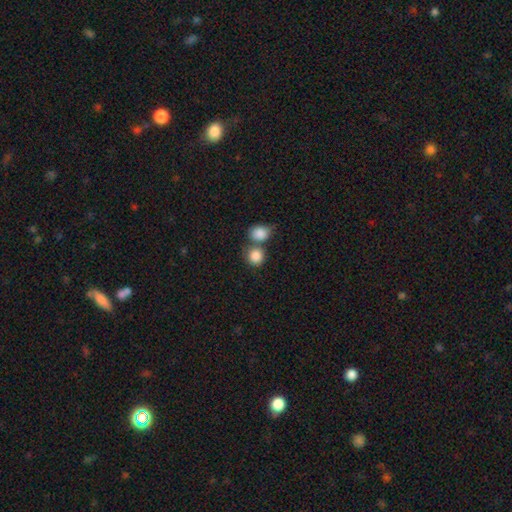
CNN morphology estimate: smooth 86%, star or artifact 8%, featured or disk 6%. Down the decision tree: how rounded — round (81%); merging — none (44%, tied with merger).